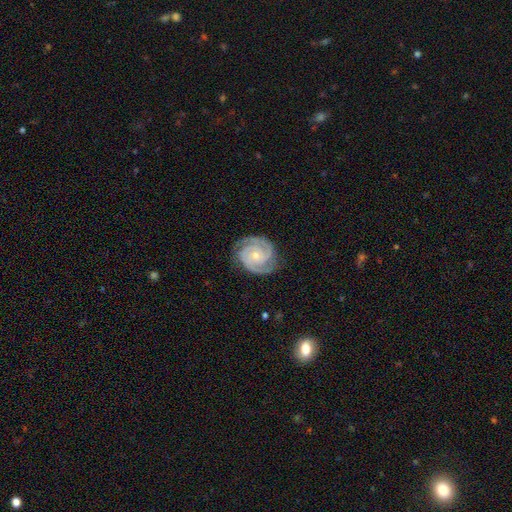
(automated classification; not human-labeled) A featured or disk galaxy (91%) with no bar (70%), 2 (52%) tight (70%) spiral arms (98%) and a small central bulge (64%). Merging: none (81%).